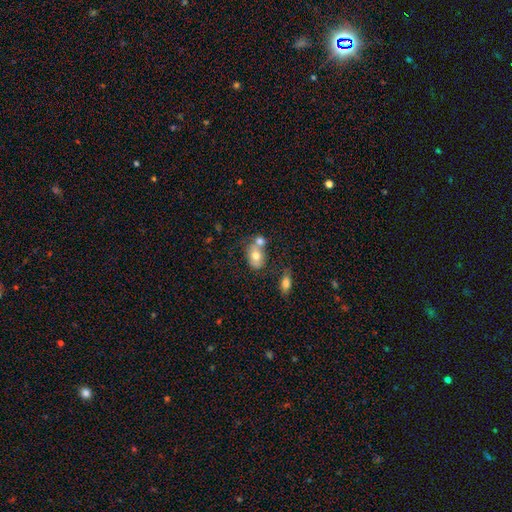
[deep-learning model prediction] This appears to be a smooth galaxy with no disk features (70%) that is in between round and cigar-shaped (75%). Merging: merger (42%).